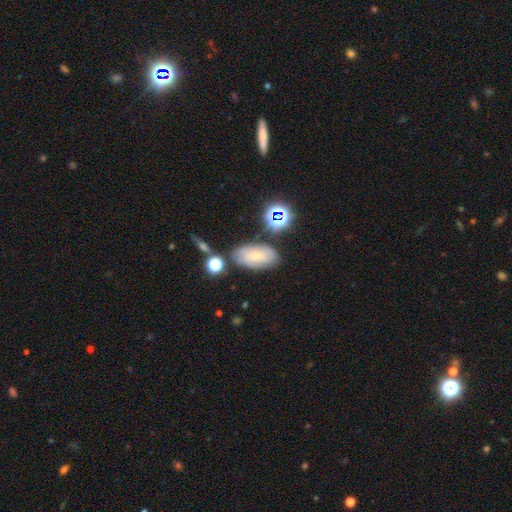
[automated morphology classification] This is possibly a smooth galaxy (51%). How rounded: clearly in between (91%). Merging: likely none (72%).